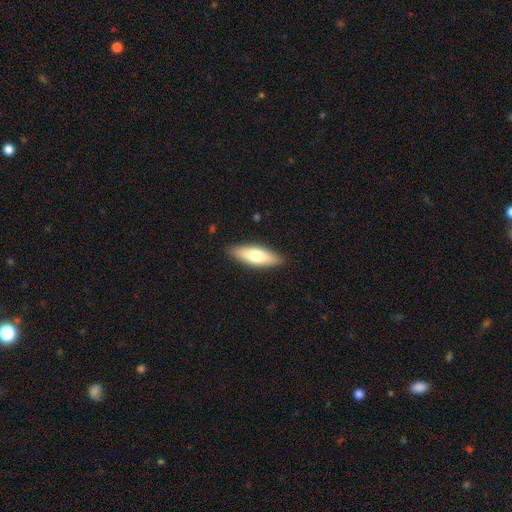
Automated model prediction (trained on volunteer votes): Smooth or featured?
  - smooth: 68% *
  - featured or disk: 27%
  - star or artifact: 6%
How rounded?
  - in between: 55% *
  - cigar-shaped: 43%
  - round: 2%
Merging?
  - none: 88% *
  - minor disturbance: 9%
  - major disturbance: 2%
  - merger: 1%